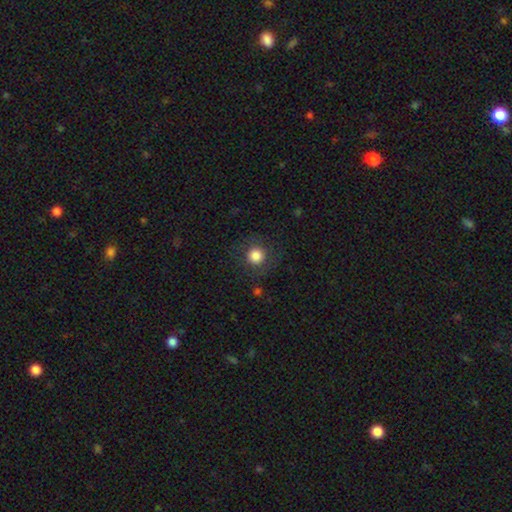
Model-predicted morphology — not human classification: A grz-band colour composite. It shows a smooth galaxy with no disk features (82%) that is round (94%). Merging: none (84%).